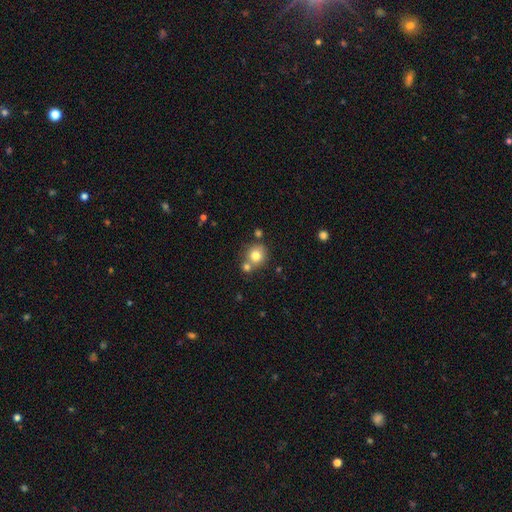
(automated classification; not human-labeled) Q: Smooth or featured?
A: smooth (78%); runner-up: featured or disk (11%)
Q: How rounded?
A: round (84%); runner-up: in between (15%)
Q: Merging?
A: none (58%); runner-up: merger (29%)